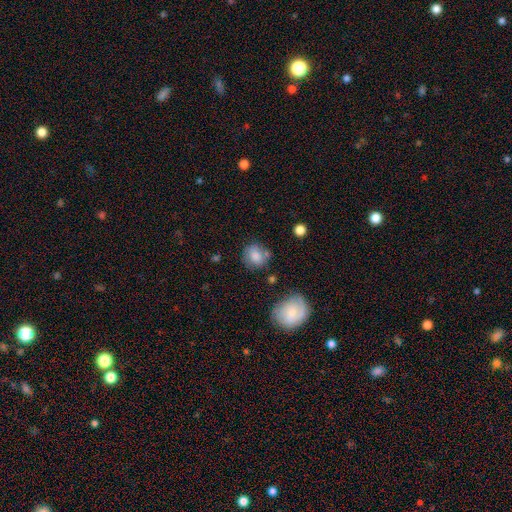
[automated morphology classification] smooth-or-featured: smooth: 80% | featured or disk: 11% | star or artifact: 9%
  how-rounded: round: 77% | in between: 21% | cigar-shaped: 1%
  merging: none: 69% | minor disturbance: 18% | merger: 8% | major disturbance: 5%